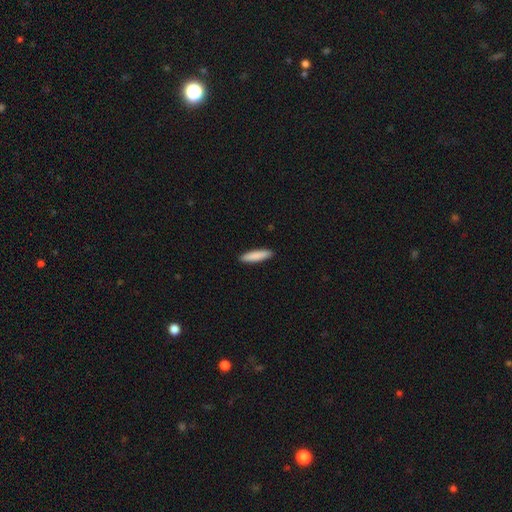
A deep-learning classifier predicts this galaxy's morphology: A smooth galaxy with no disk features (87%) that is cigar-shaped (81%).

Vote fractions:
- Smooth or featured? smooth: 87% / featured or disk: 8% / star or artifact: 5%
- How rounded? cigar-shaped: 81% / in between: 18% / round: 1%
- Merging? none: 91% / minor disturbance: 6% / major disturbance: 1% / merger: 1%